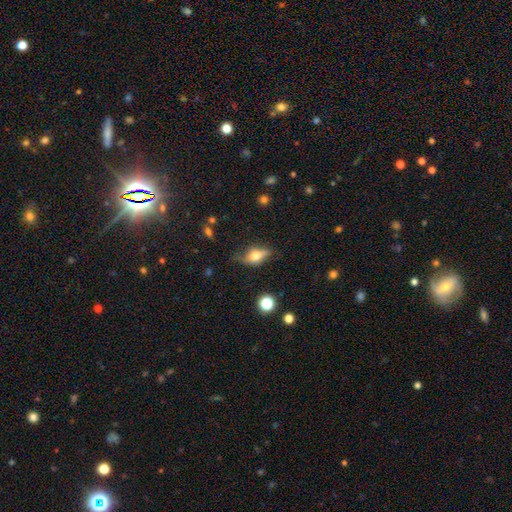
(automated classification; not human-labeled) Morphology: type=smooth (51%); roundness=in between (74%); merging=none (61%).